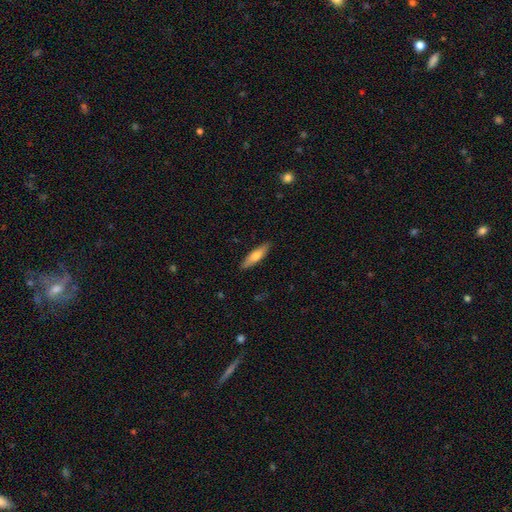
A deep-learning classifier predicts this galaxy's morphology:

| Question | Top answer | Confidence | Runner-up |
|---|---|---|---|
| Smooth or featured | smooth | 66% | featured or disk (28%) |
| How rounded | cigar-shaped | 71% | in between (28%) |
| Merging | none | 88% | minor disturbance (9%) |